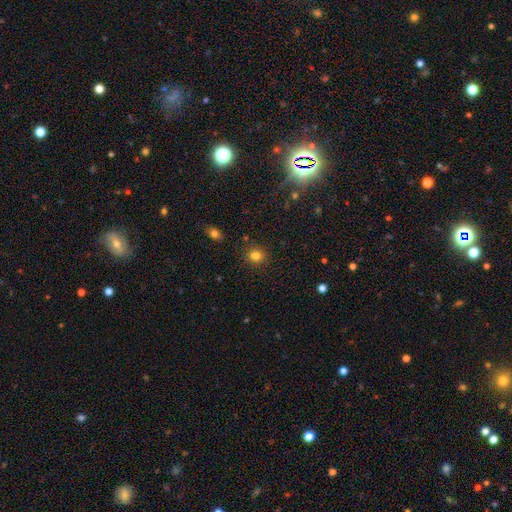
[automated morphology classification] Smooth or featured: smooth — 81% (star or artifact — 13%)
How rounded: round — 80% (in between — 19%)
Merging: none — 87% (minor disturbance — 8%)